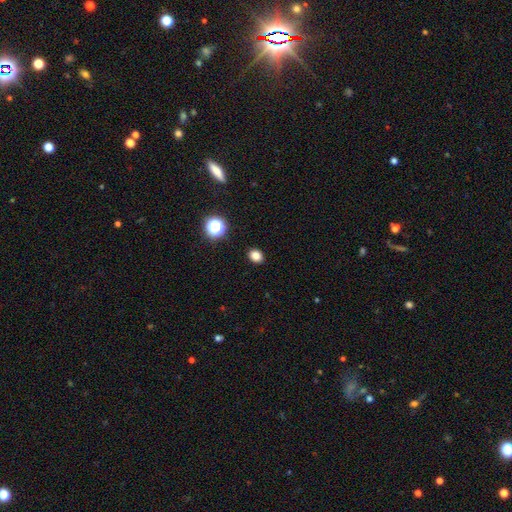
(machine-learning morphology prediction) type=smooth (82%); roundness=round (53%); merging=none (91%).